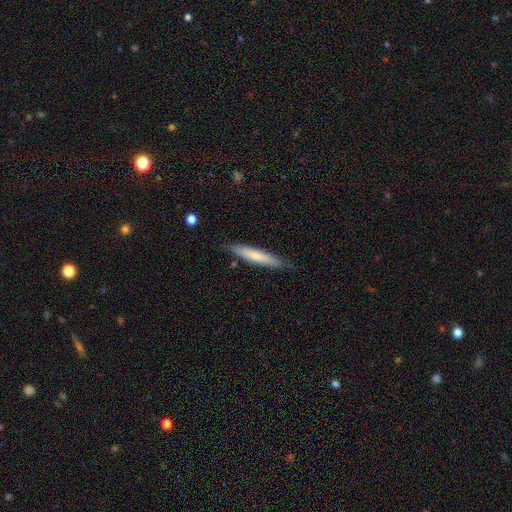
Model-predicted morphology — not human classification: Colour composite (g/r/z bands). It shows a smooth galaxy with no disk features (65%) that is cigar-shaped (92%). Merging: none (84%).